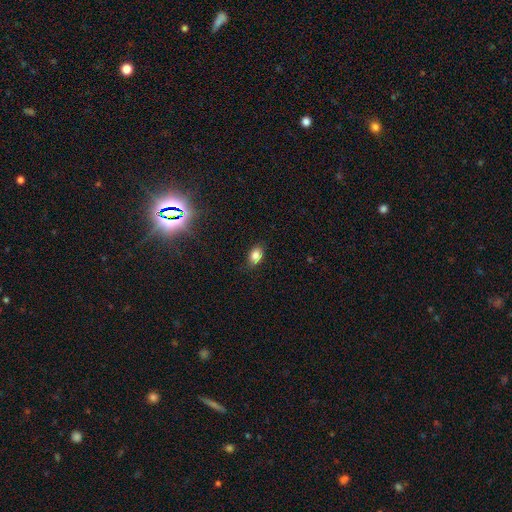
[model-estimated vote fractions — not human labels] A smooth galaxy with no disk features (83%) that is in between round and cigar-shaped (82%). Merging: none (82%).